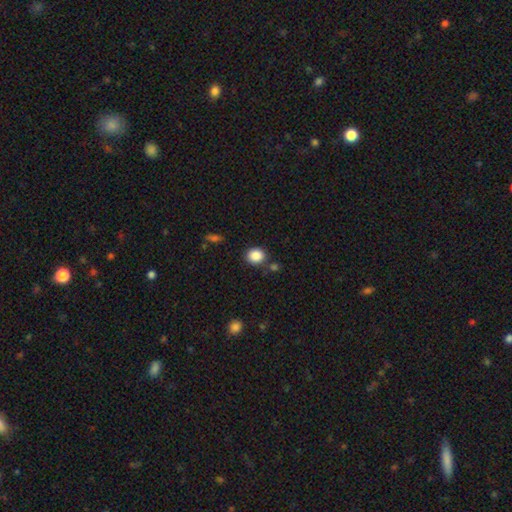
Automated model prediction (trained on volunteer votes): A smooth galaxy with no disk features (87%) that is round (74%).

Vote fractions:
- Smooth or featured? smooth: 87% / star or artifact: 9% / featured or disk: 3%
- How rounded? round: 74% / in between: 25% / cigar-shaped: 1%
- Merging? none: 81% / minor disturbance: 10% / merger: 7% / major disturbance: 3%